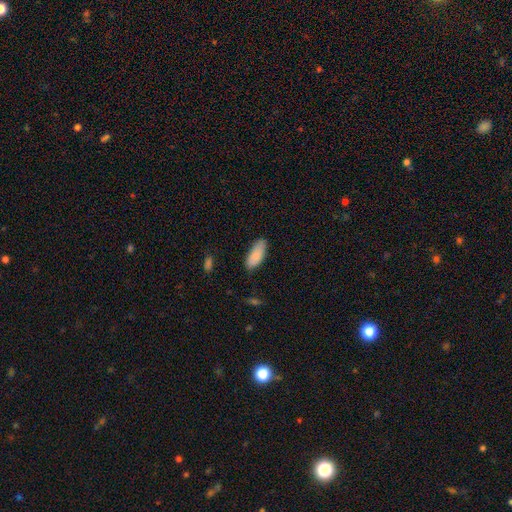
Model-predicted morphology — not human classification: Overall: smooth (88%). How rounded: in between (80%). Merging: none (76%).